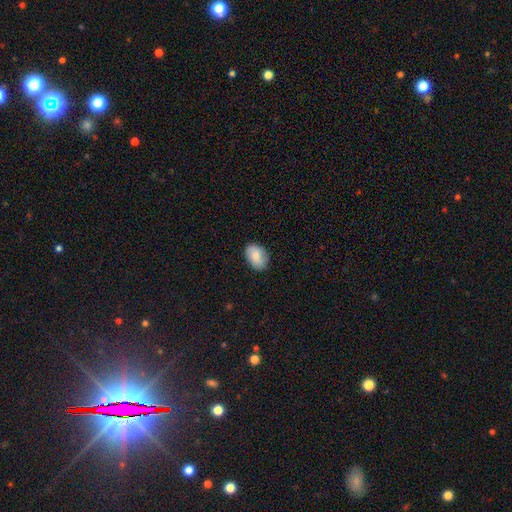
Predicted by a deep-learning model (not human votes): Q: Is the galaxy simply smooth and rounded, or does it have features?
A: smooth — 79%.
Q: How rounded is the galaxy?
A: in between — 82%.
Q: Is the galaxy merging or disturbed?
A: none — 80%.